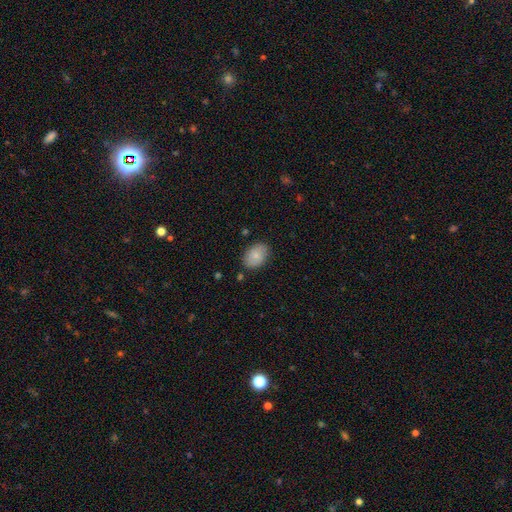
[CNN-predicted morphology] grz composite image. It shows a smooth galaxy with no disk features (81%) that is in between round and cigar-shaped (82%). Merging: none (83%).